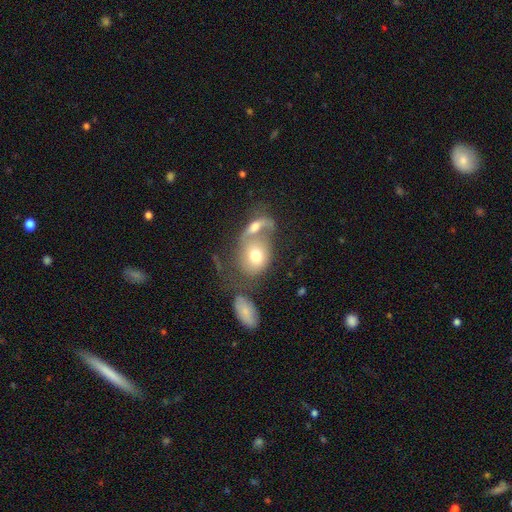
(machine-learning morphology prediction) This is likely a smooth galaxy (63%). How rounded: possibly in between (56%). Merging: possibly merger (58%).